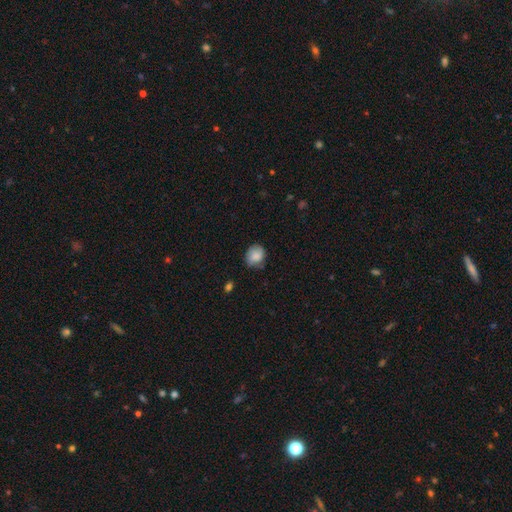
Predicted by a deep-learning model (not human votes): The model was most divided on "how rounded": round: 66%, in between: 33%, cigar-shaped: 1%. More confident: smooth or featured — smooth (79%); merging — none (68%).